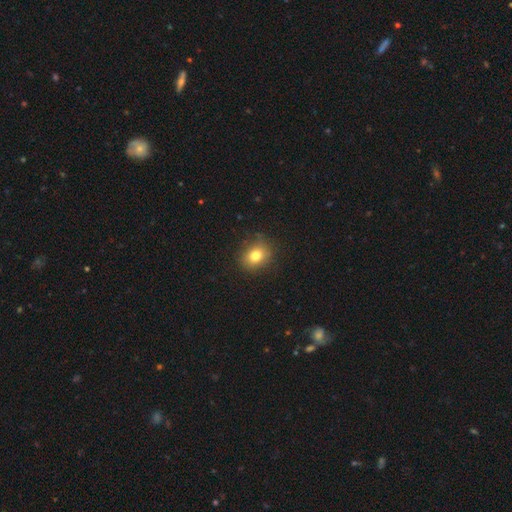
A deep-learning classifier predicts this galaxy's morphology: Smooth or featured? Predicted: smooth (p=0.79). How rounded? Predicted: round (p=0.59). Merging? Predicted: none (p=0.84).